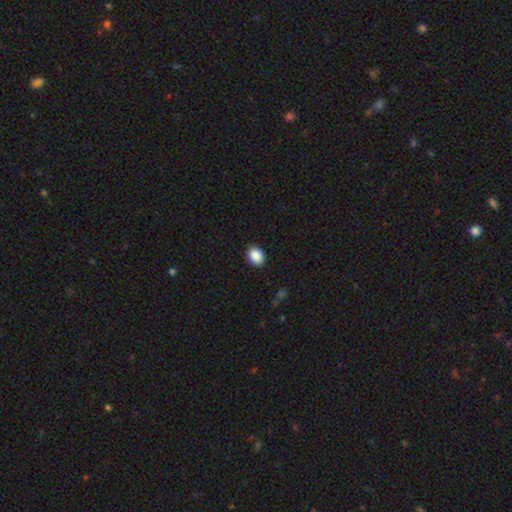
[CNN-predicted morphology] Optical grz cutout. It shows a smooth galaxy with no disk features (89%) that is in between round and cigar-shaped (58%). Merging: none (91%).